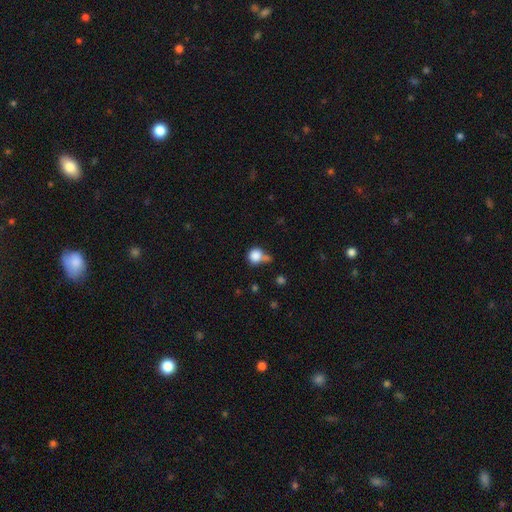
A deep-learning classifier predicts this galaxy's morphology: Smooth or featured: smooth — 83% (star or artifact — 10%)
How rounded: round — 83% (in between — 16%)
Merging: none — 43% (minor disturbance — 23%)